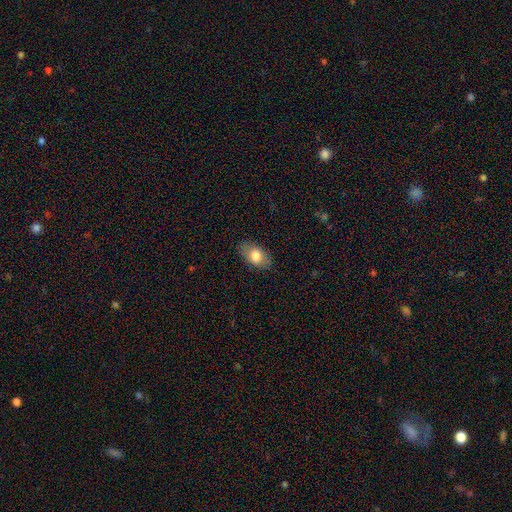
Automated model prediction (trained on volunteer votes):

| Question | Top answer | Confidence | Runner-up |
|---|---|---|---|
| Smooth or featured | smooth | 79% | featured or disk (14%) |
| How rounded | in between | 89% | round (9%) |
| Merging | none | 81% | minor disturbance (14%) |